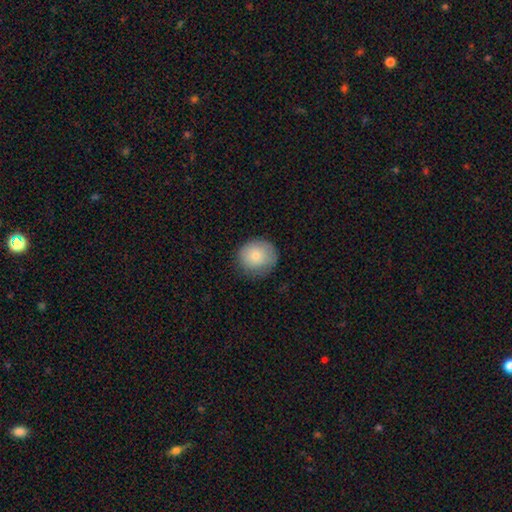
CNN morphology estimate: A smooth galaxy with no disk features (80%) that is round (86%).

Vote fractions:
- Smooth or featured? smooth: 80% / featured or disk: 12% / star or artifact: 8%
- How rounded? round: 86% / in between: 13% / cigar-shaped: 1%
- Merging? none: 78% / minor disturbance: 17% / major disturbance: 4% / merger: 1%